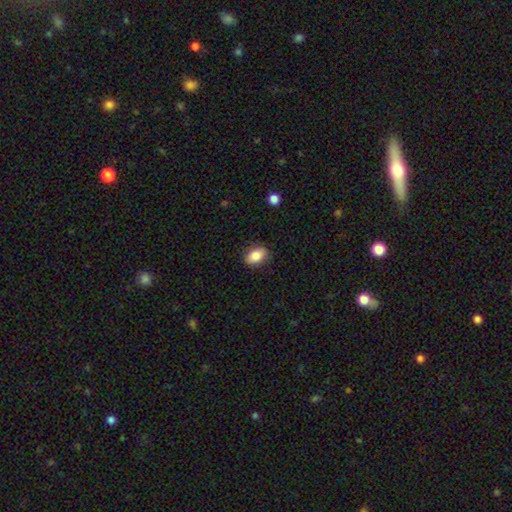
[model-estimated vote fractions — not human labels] smooth_or_featured: smooth (p=0.86) [alt: star or artifact p=0.08]
how_rounded: in between (p=0.83) [alt: round p=0.15]
merging: none (p=0.85) [alt: minor disturbance p=0.11]